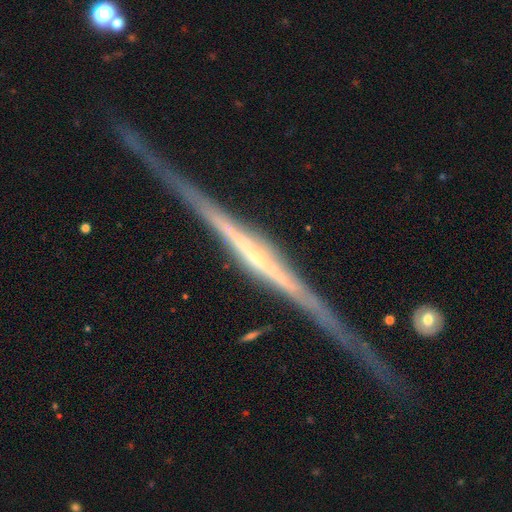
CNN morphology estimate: smooth_or_featured: featured or disk (p=0.89) [alt: smooth p=0.06]
disk_edge_on: yes (p=0.98) [alt: no p=0.02]
edge_on_bulge: rounded (p=0.43) [alt: none p=0.34]
merging: none (p=0.83) [alt: minor disturbance p=0.12]